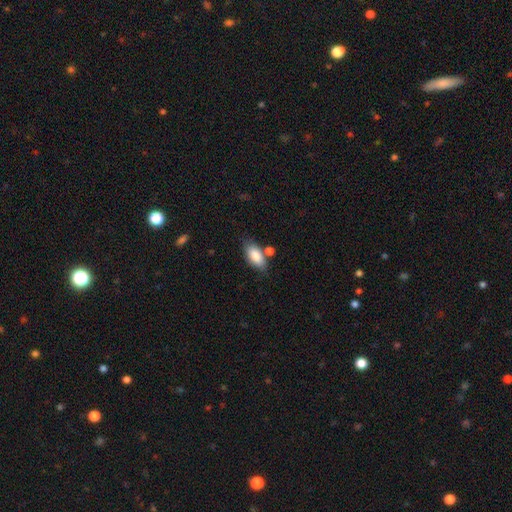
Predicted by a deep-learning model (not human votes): Morphology: type=smooth (85%); roundness=in between (90%); merging=none (68%).